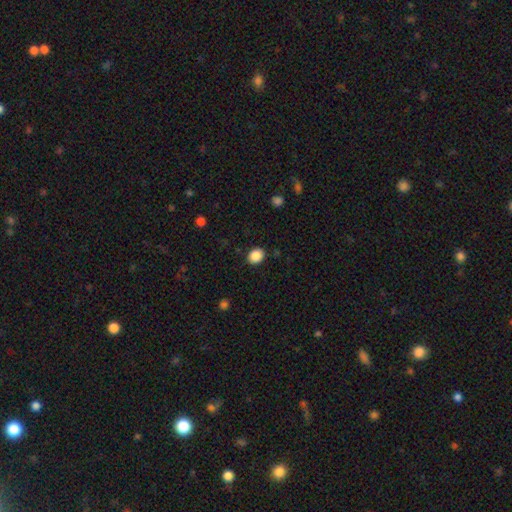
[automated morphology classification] Q: Smooth or featured?
A: smooth (87%); runner-up: star or artifact (9%)
Q: How rounded?
A: round (57%); runner-up: in between (43%)
Q: Merging?
A: none (89%); runner-up: minor disturbance (8%)